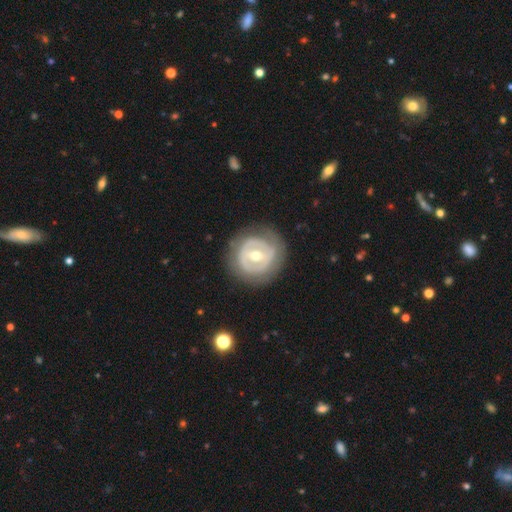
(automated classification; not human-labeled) Smooth or featured?
  - featured or disk: 70% *
  - smooth: 25%
  - star or artifact: 5%
Edge-on disk?
  - no: 96% *
  - yes: 4%
Bar?
  - weak: 40% *
  - no: 32%
  - strong: 28%
Spiral arms?
  - no: 63% *
  - yes: 37%
Bulge size?
  - moderate: 67% *
  - small: 28%
  - large: 3%
  - none: 1%
  - dominant: 1%
Merging?
  - none: 79% *
  - minor disturbance: 14%
  - major disturbance: 6%
  - merger: 1%